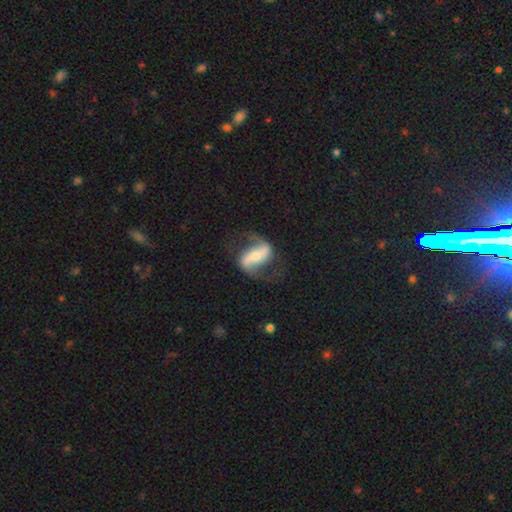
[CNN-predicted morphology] A featured or disk galaxy (81%) with a strong bar (60%), 2 (92%) loose (57%) spiral arms (92%) and a small central bulge (48%).

Vote fractions:
- Smooth or featured? featured or disk: 81% / smooth: 13% / star or artifact: 6%
- Edge-on disk? no: 94% / yes: 6%
- Bar? strong: 60% / weak: 23% / no: 17%
- Spiral arms? yes: 92% / no: 8%
- Spiral winding? loose: 57% / medium: 34% / tight: 10%
- Spiral arm count? 2: 92% / can't tell: 3% / 1: 2% / 3: 1% / 4: 1% / more than 4: 1%
- Bulge size? small: 48% / moderate: 36% / large: 8% / none: 5% / dominant: 3%
- Merging? none: 70% / minor disturbance: 15% / major disturbance: 13% / merger: 2%